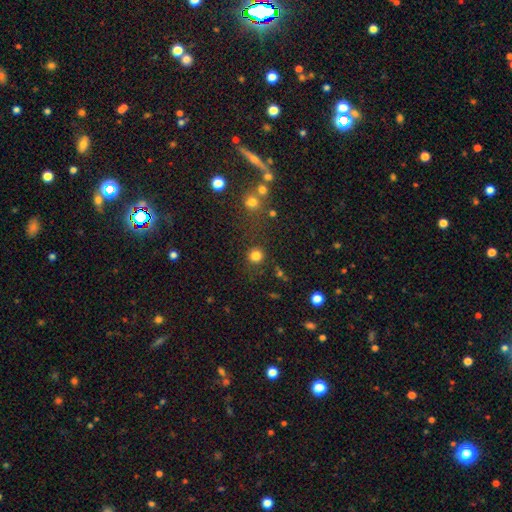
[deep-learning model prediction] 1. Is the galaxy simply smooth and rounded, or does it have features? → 81% smooth, 14% star or artifact, 5% featured or disk.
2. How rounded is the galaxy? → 93% round, 6% in between, 1% cigar-shaped.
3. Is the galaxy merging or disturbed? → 83% none, 8% minor disturbance, 5% merger, 4% major disturbance.